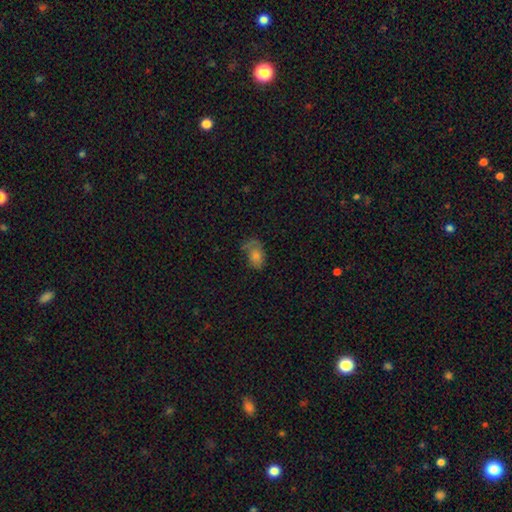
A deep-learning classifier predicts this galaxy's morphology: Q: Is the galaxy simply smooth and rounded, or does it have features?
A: smooth — 51%.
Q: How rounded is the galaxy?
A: in between — 84%.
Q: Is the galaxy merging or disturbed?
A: none — 42%.